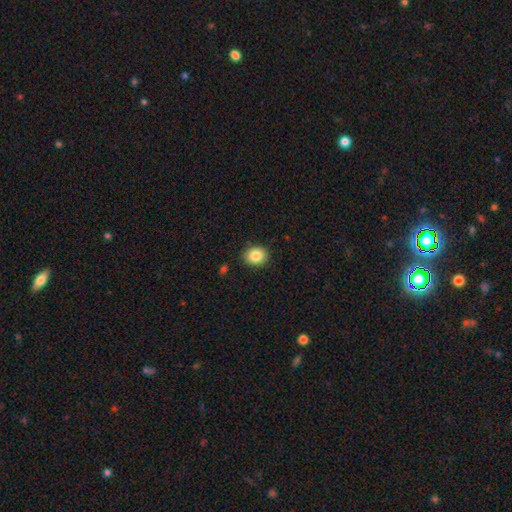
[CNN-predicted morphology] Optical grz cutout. It shows a smooth galaxy with no disk features (85%) that is round (65%). Merging: none (88%).